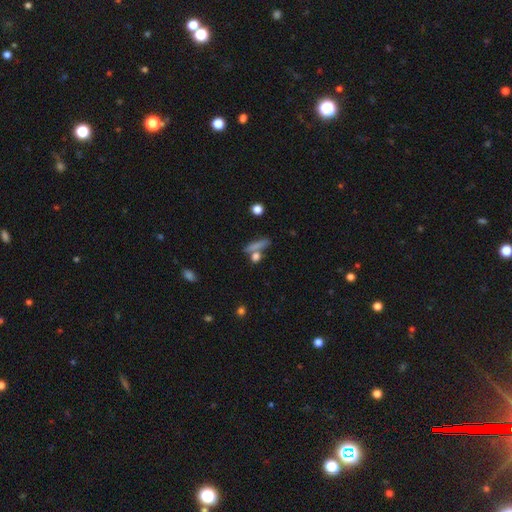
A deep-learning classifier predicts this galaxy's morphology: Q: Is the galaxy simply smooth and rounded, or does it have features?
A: smooth — 54%.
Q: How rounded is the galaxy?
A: cigar-shaped — 52%.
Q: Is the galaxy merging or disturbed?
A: none — 58%.